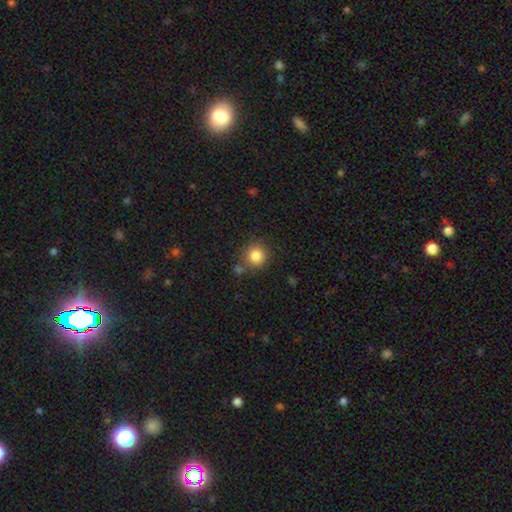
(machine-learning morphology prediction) Smooth or featured? Predicted: smooth (p=0.84). How rounded? Predicted: round (p=0.92). Merging? Predicted: none (p=0.77).